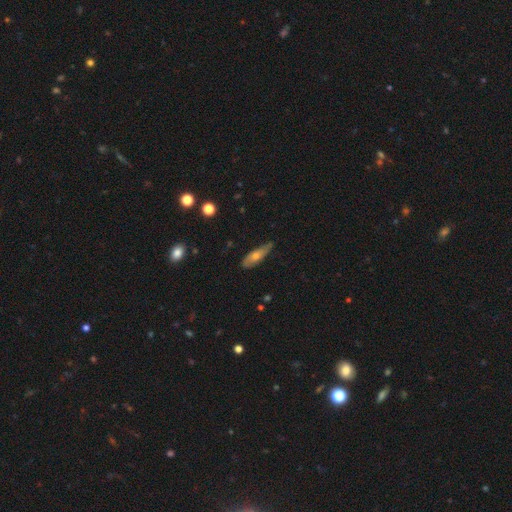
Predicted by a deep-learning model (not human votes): smooth 52%, featured or disk 40%, star or artifact 8%. Down the decision tree: how rounded — cigar-shaped (58%); merging — none (69%).